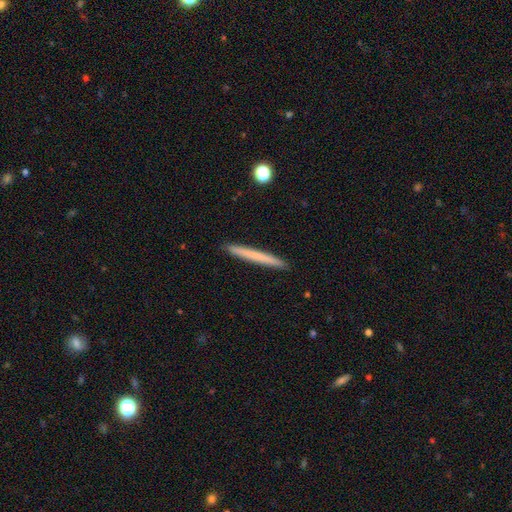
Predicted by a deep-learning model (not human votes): This is likely a smooth galaxy (67%). How rounded: clearly cigar-shaped (97%). Merging: clearly none (93%).